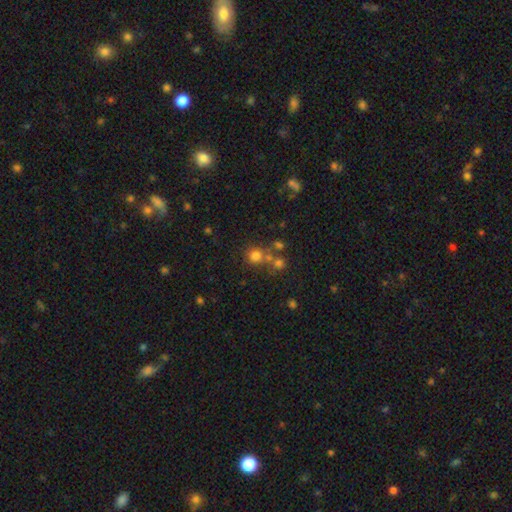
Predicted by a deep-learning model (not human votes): smooth-or-featured: smooth: 74% | star or artifact: 18% | featured or disk: 8%
  how-rounded: round: 90% | in between: 9% | cigar-shaped: 1%
  merging: none: 64% | merger: 22% | minor disturbance: 9% | major disturbance: 5%